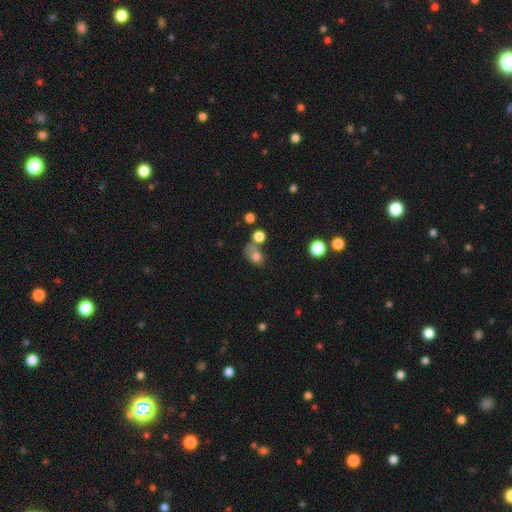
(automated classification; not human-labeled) Q: Smooth or featured?
A: smooth (75%); runner-up: featured or disk (13%)
Q: How rounded?
A: in between (61%); runner-up: round (37%)
Q: Merging?
A: none (34%); tied with: merger (34%)